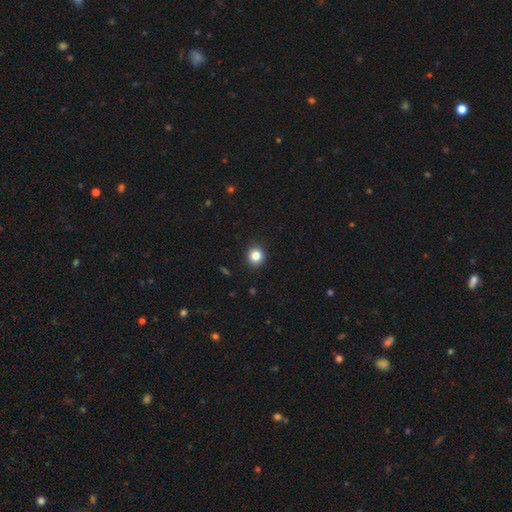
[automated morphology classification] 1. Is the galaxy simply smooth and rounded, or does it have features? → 84% smooth, 11% star or artifact, 5% featured or disk.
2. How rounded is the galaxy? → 90% round, 9% in between, 1% cigar-shaped.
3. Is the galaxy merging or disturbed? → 92% none, 6% minor disturbance, 2% major disturbance, 1% merger.